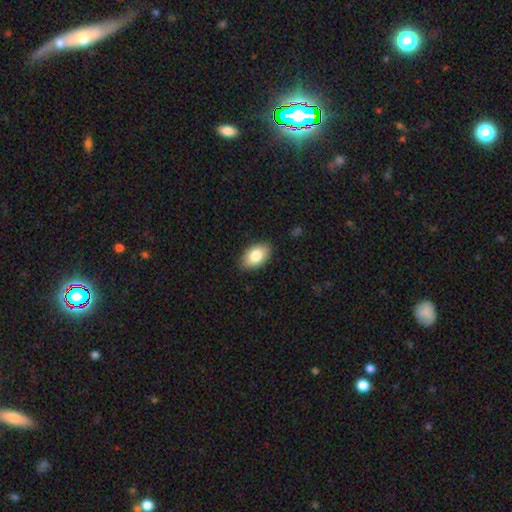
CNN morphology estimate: Smooth or featured? Predicted: smooth (p=0.83). How rounded? Predicted: in between (p=0.92). Merging? Predicted: none (p=0.87).